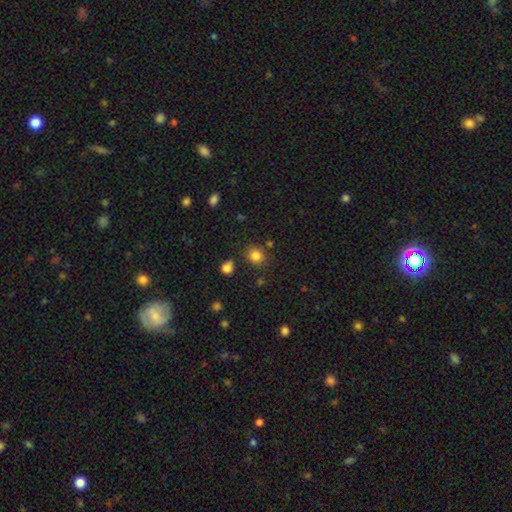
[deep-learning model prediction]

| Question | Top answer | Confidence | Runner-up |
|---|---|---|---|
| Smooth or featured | smooth | 83% | star or artifact (12%) |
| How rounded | round | 79% | in between (20%) |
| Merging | none | 79% | minor disturbance (11%) |